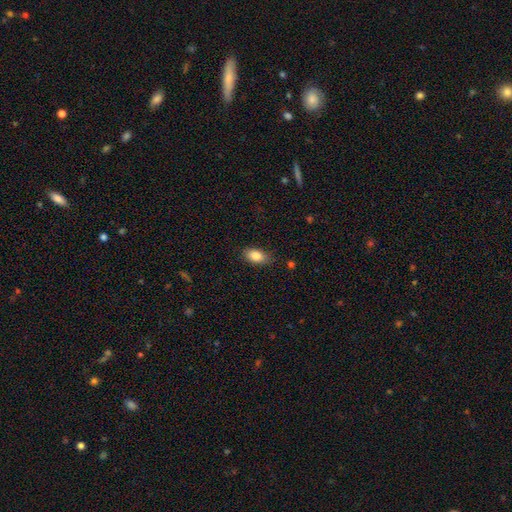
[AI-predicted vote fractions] A smooth galaxy with no disk features (84%) that is in between round and cigar-shaped (90%). Merging: none (82%).